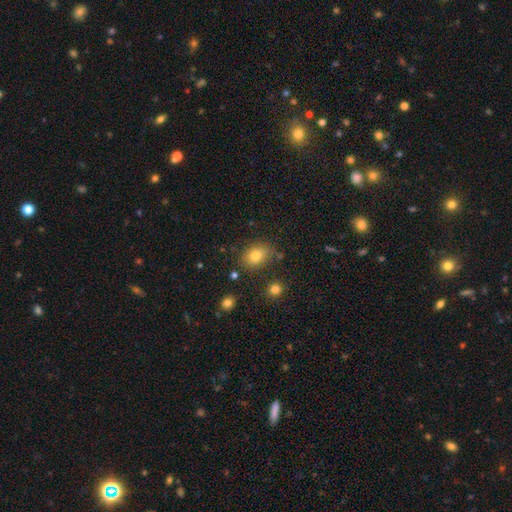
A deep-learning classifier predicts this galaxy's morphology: Q: Smooth or featured?
A: smooth (78%); runner-up: star or artifact (11%)
Q: How rounded?
A: in between (66%); runner-up: round (33%)
Q: Merging?
A: none (78%); runner-up: minor disturbance (14%)